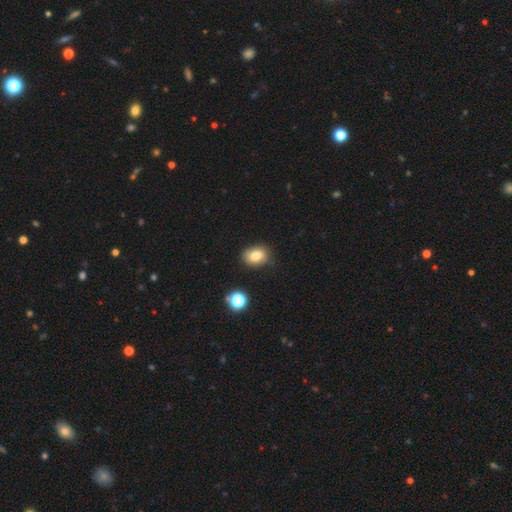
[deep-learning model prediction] This is clearly a smooth galaxy (82%). How rounded: likely in between (72%). Merging: likely none (78%).